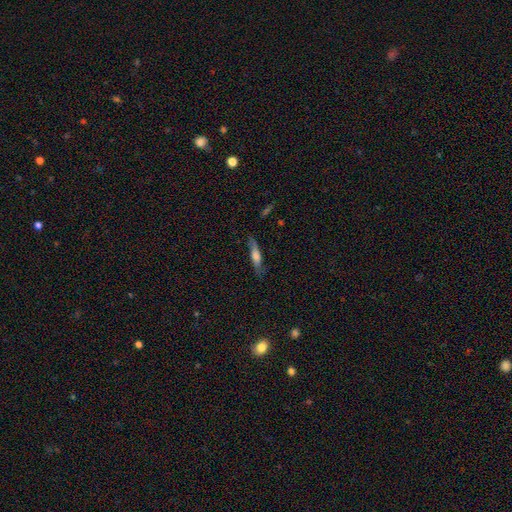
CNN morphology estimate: This is possibly a smooth galaxy (50%). How rounded: clearly cigar-shaped (84%). Merging: likely none (77%).